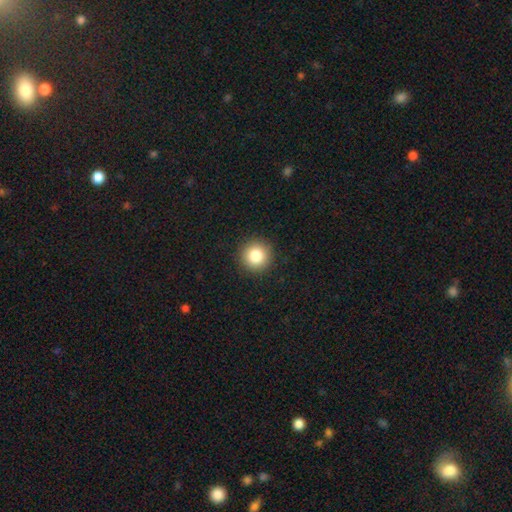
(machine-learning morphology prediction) Smooth or featured?
  - smooth: 83% *
  - star or artifact: 10%
  - featured or disk: 6%
How rounded?
  - round: 95% *
  - in between: 4%
  - cigar-shaped: 1%
Merging?
  - none: 92% *
  - minor disturbance: 5%
  - major disturbance: 2%
  - merger: 1%